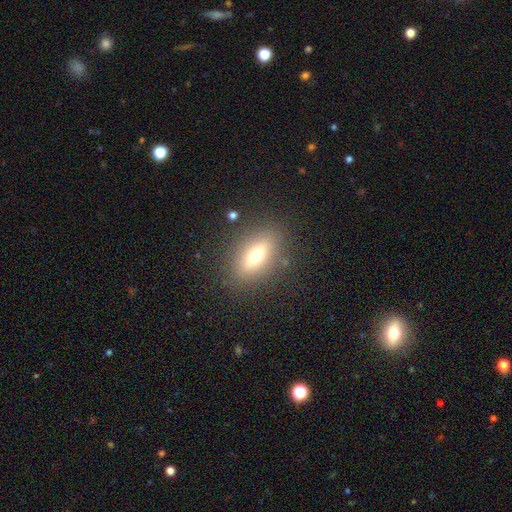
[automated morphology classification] smooth-or-featured: smooth: 62% | featured or disk: 28% | star or artifact: 10%
  how-rounded: in between: 72% | cigar-shaped: 21% | round: 7%
  merging: none: 84% | minor disturbance: 10% | major disturbance: 4% | merger: 2%